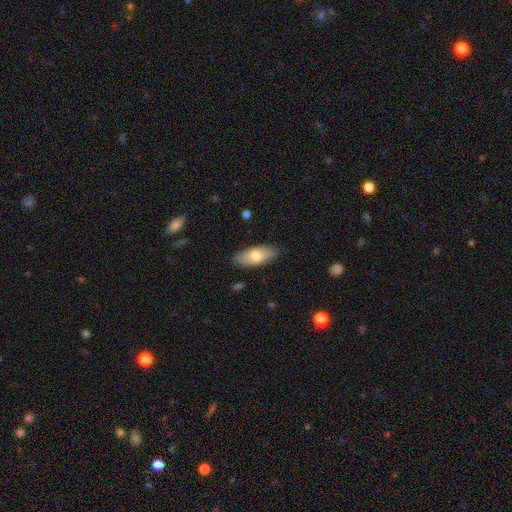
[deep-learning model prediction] Smooth or featured: smooth — 73% (featured or disk — 22%)
How rounded: in between — 84% (cigar-shaped — 13%)
Merging: none — 86% (minor disturbance — 11%)